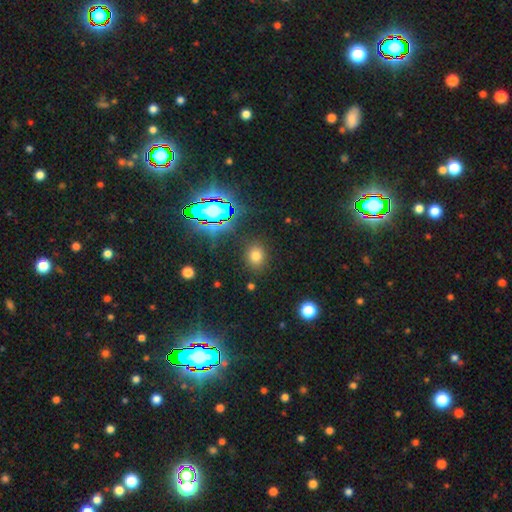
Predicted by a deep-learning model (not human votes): smooth_or_featured: smooth (p=0.69) [alt: star or artifact p=0.24]
how_rounded: round (p=0.64) [alt: in between p=0.34]
merging: none (p=0.87) [alt: minor disturbance p=0.08]